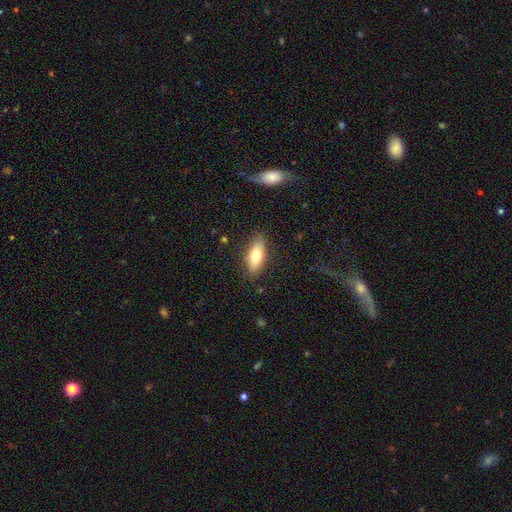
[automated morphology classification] A smooth galaxy with no disk features (73%) that is in between round and cigar-shaped (69%). Merging: none (84%).